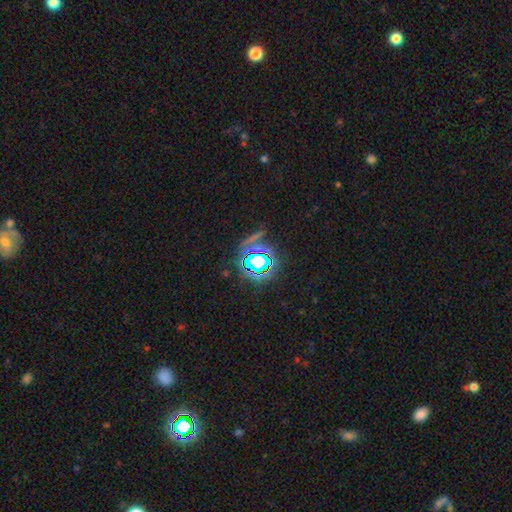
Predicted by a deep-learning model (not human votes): Smooth or featured? star or artifact (70%)